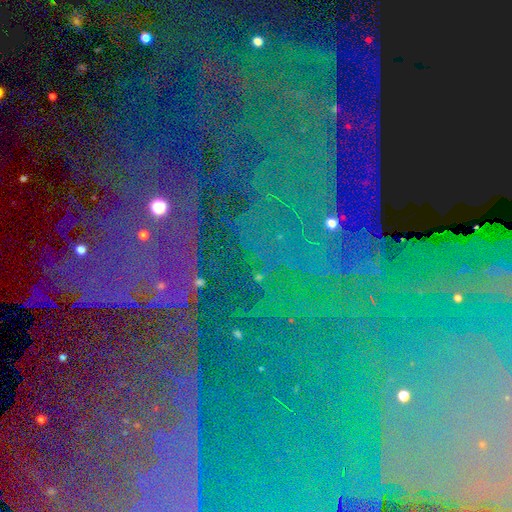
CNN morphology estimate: Overall: star or artifact (86%).